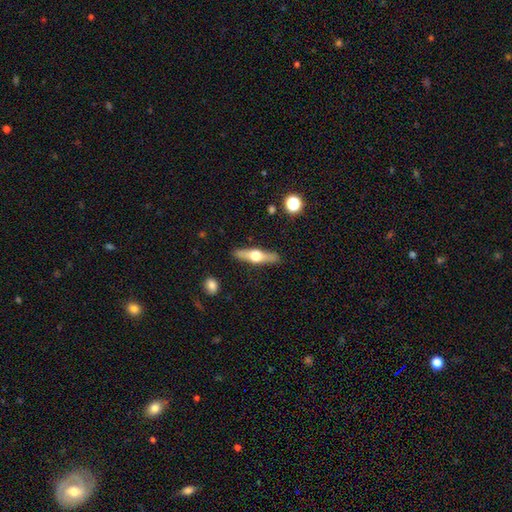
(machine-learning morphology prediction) Overall: featured or disk (62%; smooth 32%). Edge-on disk: yes (95%). Edge-on bulge: rounded (96%). Merging: none (89%).